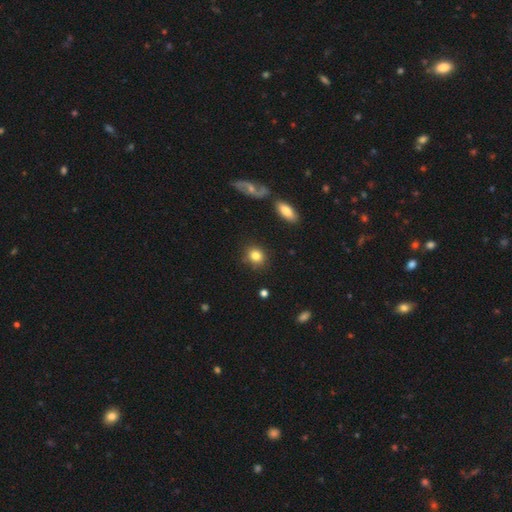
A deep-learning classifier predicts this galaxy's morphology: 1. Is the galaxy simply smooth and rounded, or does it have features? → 83% smooth, 9% star or artifact, 8% featured or disk.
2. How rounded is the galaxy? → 72% round, 26% in between, 2% cigar-shaped.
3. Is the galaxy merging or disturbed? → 83% none, 12% minor disturbance, 3% major disturbance, 2% merger.